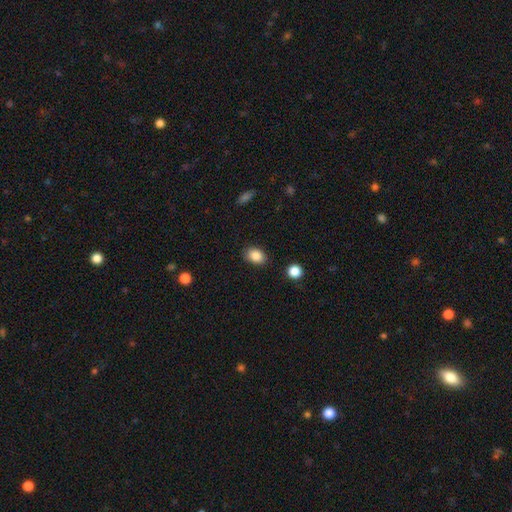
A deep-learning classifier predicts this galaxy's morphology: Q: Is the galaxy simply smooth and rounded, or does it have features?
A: smooth — 86%.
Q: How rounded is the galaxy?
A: in between — 77%.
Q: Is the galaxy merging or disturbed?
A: none — 85%.